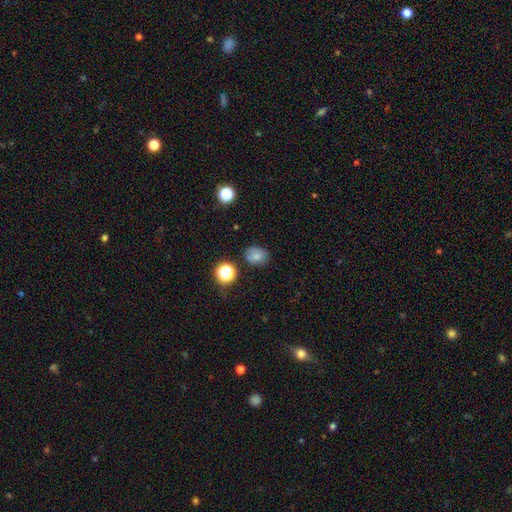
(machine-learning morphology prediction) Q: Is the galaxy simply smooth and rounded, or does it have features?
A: smooth — 77%.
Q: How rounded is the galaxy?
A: in between — 53%.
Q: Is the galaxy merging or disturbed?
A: none — 72%.